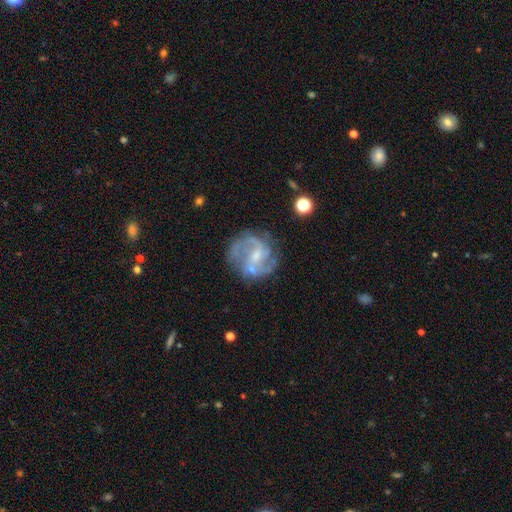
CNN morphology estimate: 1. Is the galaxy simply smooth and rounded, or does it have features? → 78% featured or disk, 14% smooth, 7% star or artifact.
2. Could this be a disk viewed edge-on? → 98% no, 2% yes.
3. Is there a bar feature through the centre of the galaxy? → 53% weak, 33% no, 14% strong.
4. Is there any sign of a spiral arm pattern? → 88% yes, 12% no.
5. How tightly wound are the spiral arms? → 48% medium, 31% loose, 21% tight.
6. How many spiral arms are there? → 60% 2, 16% can't tell, 12% 3, 5% 1, 3% 4, 3% more than 4.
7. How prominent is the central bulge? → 51% small, 30% moderate, 16% none, 2% large, 1% dominant.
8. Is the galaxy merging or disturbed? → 62% none, 19% minor disturbance, 13% major disturbance, 6% merger.